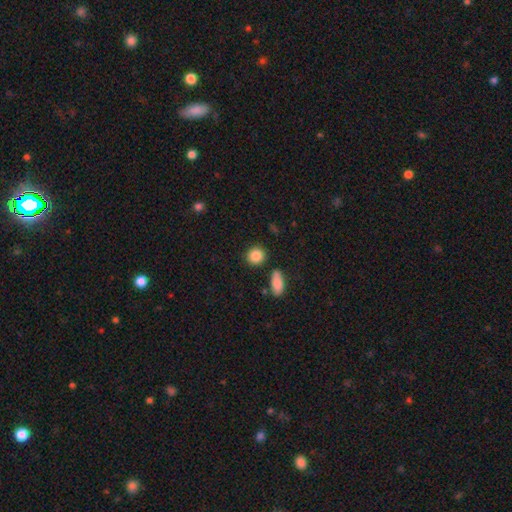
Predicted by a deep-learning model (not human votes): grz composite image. It shows a smooth galaxy with no disk features (87%) that is round (83%). Merging: none (84%).